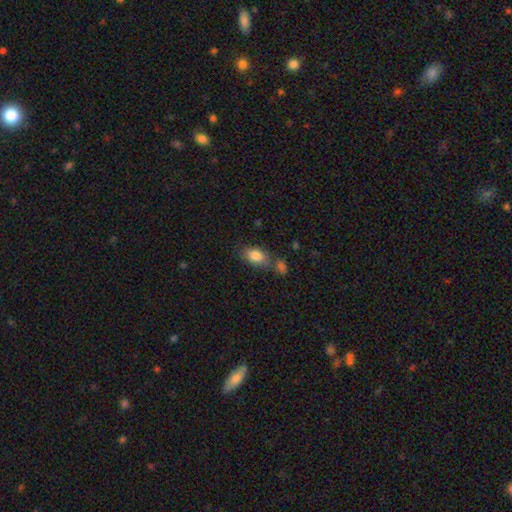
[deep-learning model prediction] Smooth or featured? smooth (83%)
How rounded? in between (82%)
Merging? none (62%)